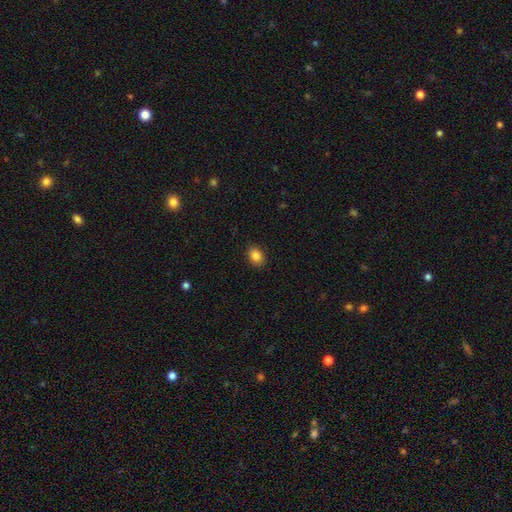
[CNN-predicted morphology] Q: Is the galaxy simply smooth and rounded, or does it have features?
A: smooth — 86%.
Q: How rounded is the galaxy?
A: in between — 69%.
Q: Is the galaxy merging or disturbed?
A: none — 89%.